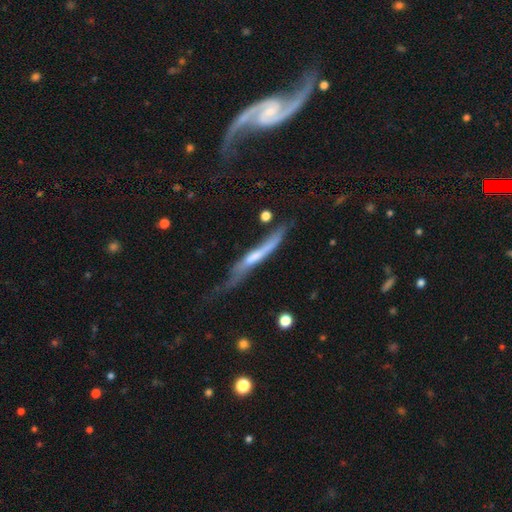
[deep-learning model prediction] A featured or disk galaxy (60%) viewed edge-on (80%). Merging: none (39%).